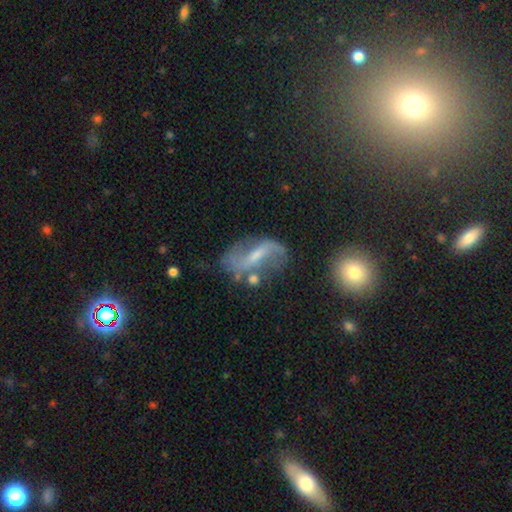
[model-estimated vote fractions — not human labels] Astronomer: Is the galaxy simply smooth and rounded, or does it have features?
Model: featured or disk — 79%.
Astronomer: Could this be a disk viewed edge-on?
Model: no — 93%.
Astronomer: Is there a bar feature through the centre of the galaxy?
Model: strong — 44% (runner-up: weak, 38%).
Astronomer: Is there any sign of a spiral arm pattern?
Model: yes — 88%.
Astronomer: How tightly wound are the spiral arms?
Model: loose — 77%.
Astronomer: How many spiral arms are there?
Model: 2 — 89%.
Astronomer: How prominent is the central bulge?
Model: small — 60%.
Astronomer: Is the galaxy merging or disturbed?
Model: none — 59%.